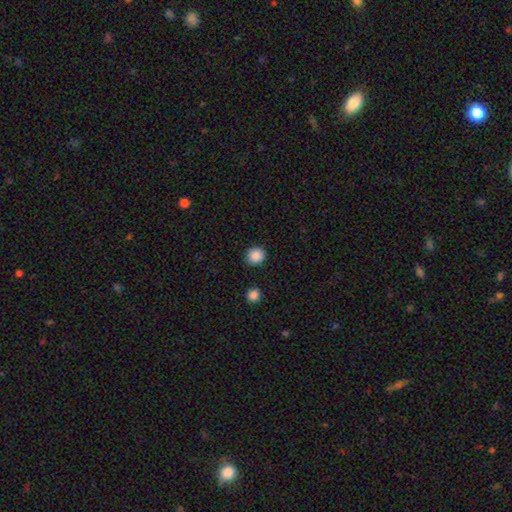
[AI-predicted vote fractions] Smooth or featured?
  - smooth: 88% *
  - star or artifact: 9%
  - featured or disk: 3%
How rounded?
  - round: 89% *
  - in between: 10%
  - cigar-shaped: 1%
Merging?
  - none: 90% *
  - minor disturbance: 6%
  - major disturbance: 2%
  - merger: 2%